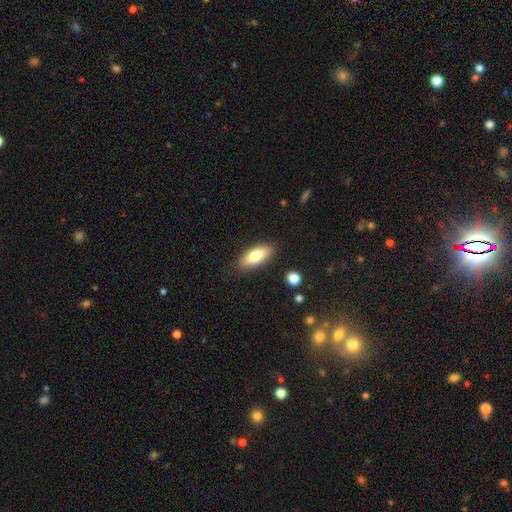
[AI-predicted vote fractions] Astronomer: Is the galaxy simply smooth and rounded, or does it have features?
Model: smooth — 76%.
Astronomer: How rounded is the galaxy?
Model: in between — 77%.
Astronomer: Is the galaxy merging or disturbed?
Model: none — 86%.